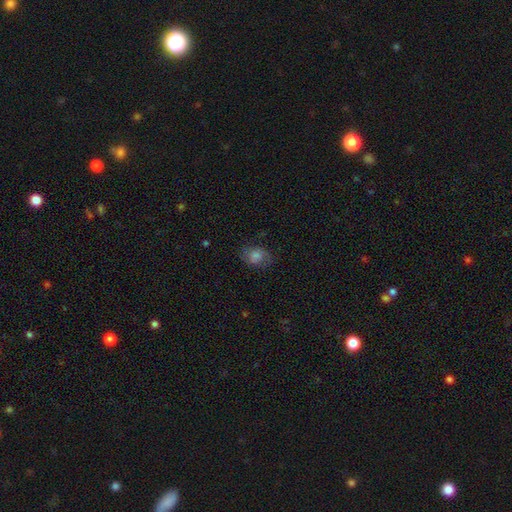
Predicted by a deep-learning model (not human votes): smooth 55%, featured or disk 29%, star or artifact 16%. Down the decision tree: how rounded — in between (53%); merging — none (72%).